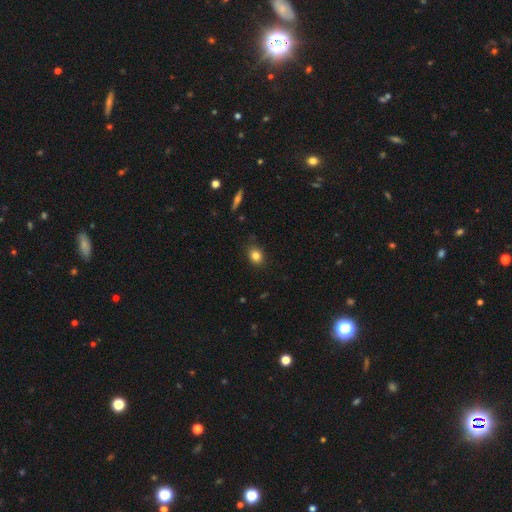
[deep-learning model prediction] A smooth galaxy with no disk features (83%) that is round (52%).

Vote fractions:
- Smooth or featured? smooth: 83% / star or artifact: 10% / featured or disk: 7%
- How rounded? round: 52% / in between: 46% / cigar-shaped: 1%
- Merging? none: 84% / minor disturbance: 13% / major disturbance: 2% / merger: 1%